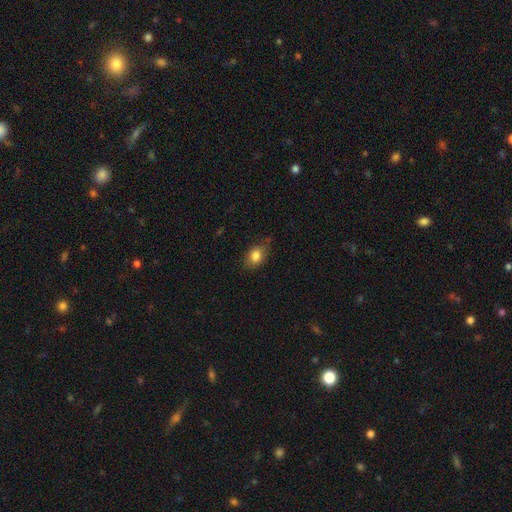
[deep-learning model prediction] Q: Smooth or featured?
A: smooth (83%); runner-up: star or artifact (9%)
Q: How rounded?
A: in between (75%); runner-up: round (24%)
Q: Merging?
A: none (73%); runner-up: minor disturbance (21%)